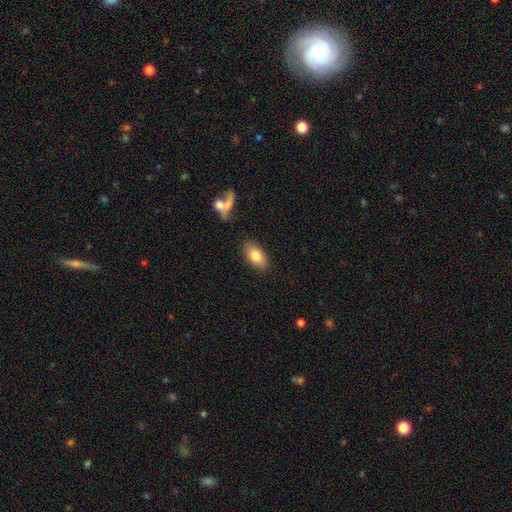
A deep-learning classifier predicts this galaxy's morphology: A smooth galaxy with no disk features (80%) that is in between round and cigar-shaped (91%).

Vote fractions:
- Smooth or featured? smooth: 80% / featured or disk: 13% / star or artifact: 7%
- How rounded? in between: 91% / round: 6% / cigar-shaped: 3%
- Merging? none: 85% / minor disturbance: 10% / major disturbance: 3% / merger: 3%